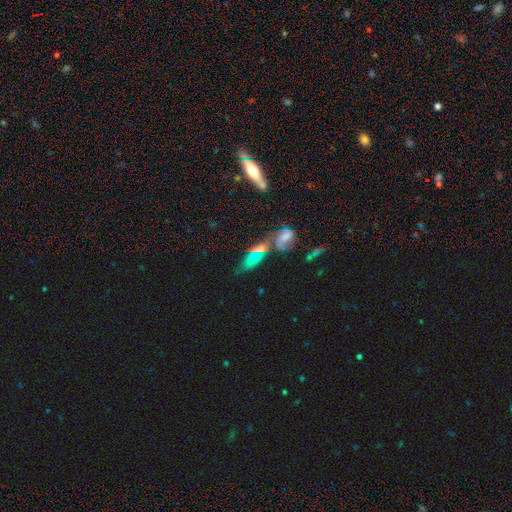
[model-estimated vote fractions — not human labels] This appears to be a smooth galaxy with no disk features (54%) that is in between round and cigar-shaped (59%). Merging: none (38%, tied with merger).